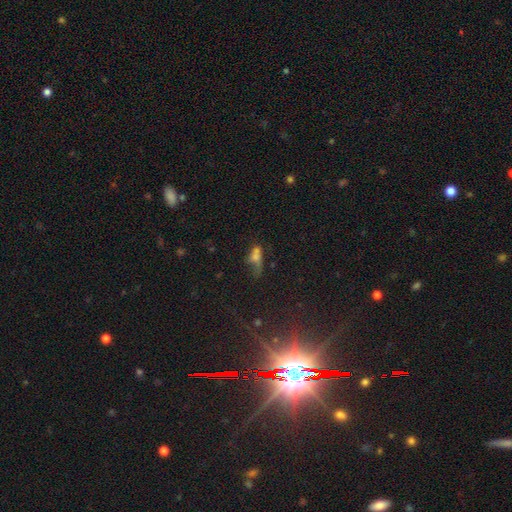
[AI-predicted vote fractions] Smooth or featured?
  - smooth: 52% *
  - featured or disk: 25%
  - star or artifact: 24%
How rounded?
  - in between: 65% *
  - cigar-shaped: 24%
  - round: 11%
Merging?
  - major disturbance: 30% *
  - none: 28%
  - minor disturbance: 21%
  - merger: 20%